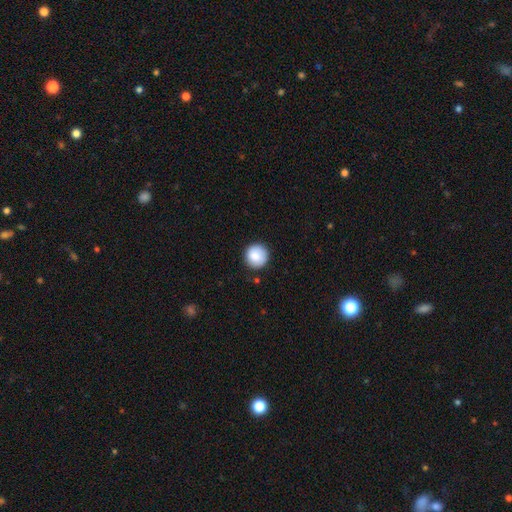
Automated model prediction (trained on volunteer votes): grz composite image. It shows a smooth galaxy with no disk features (87%) that is round (95%). Merging: none (88%).